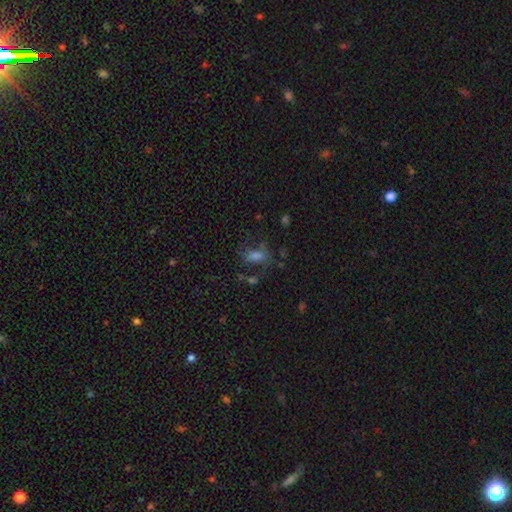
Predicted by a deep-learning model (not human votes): Morphology: type=smooth (59%); roundness=in between (79%); merging=none (54%).